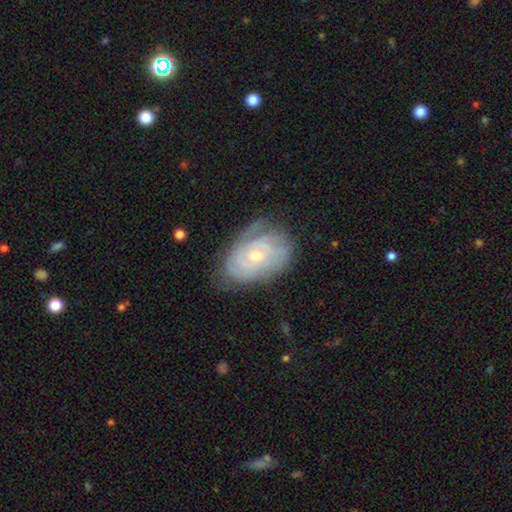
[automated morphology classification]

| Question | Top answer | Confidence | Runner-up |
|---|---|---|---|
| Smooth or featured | featured or disk | 75% | smooth (18%) |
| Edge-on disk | no | 96% | yes (4%) |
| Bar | no | 76% | weak (21%) |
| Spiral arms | yes | 87% | no (13%) |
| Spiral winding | tight | 69% | medium (23%) |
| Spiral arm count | can't tell | 49% | 2 (20%) |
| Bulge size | small | 57% | moderate (40%) |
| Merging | none | 64% | minor disturbance (25%) |